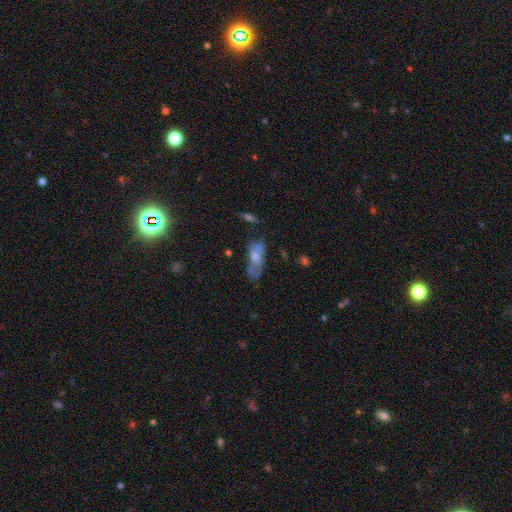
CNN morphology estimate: smooth-or-featured: smooth: 49% | featured or disk: 42% | star or artifact: 9%
  merging: none: 39% | minor disturbance: 28% | major disturbance: 22% | merger: 11%